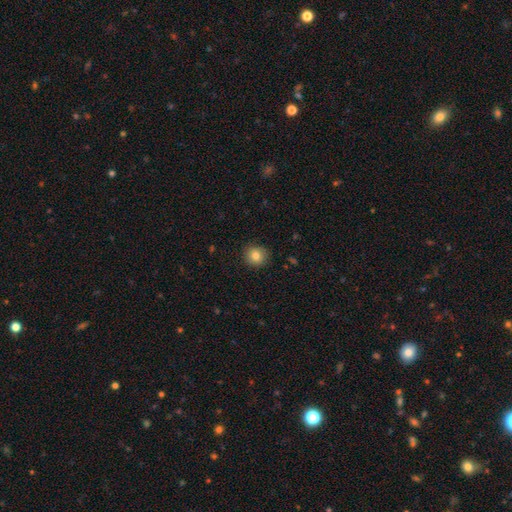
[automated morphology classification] This appears to be a smooth galaxy with no disk features (82%) that is round (89%). Merging: none (90%).